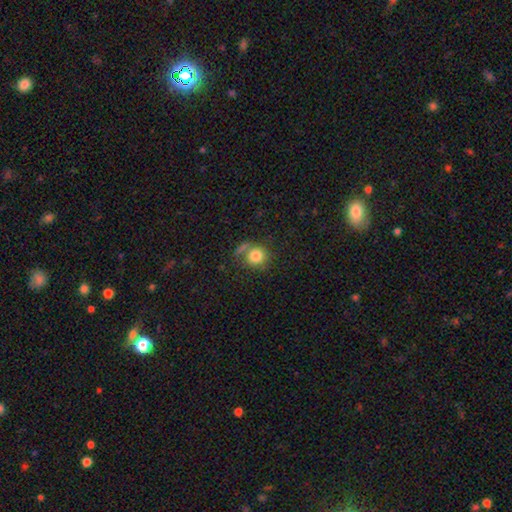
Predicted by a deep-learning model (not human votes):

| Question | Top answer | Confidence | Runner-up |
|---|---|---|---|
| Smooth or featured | smooth | 81% | star or artifact (10%) |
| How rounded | round | 85% | in between (14%) |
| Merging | none | 58% | merger (18%) |